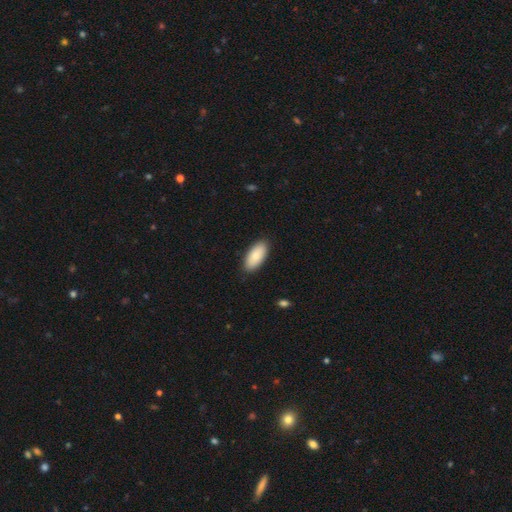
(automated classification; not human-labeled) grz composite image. It shows a smooth galaxy with no disk features (85%) that is in between round and cigar-shaped (91%). Merging: none (89%).